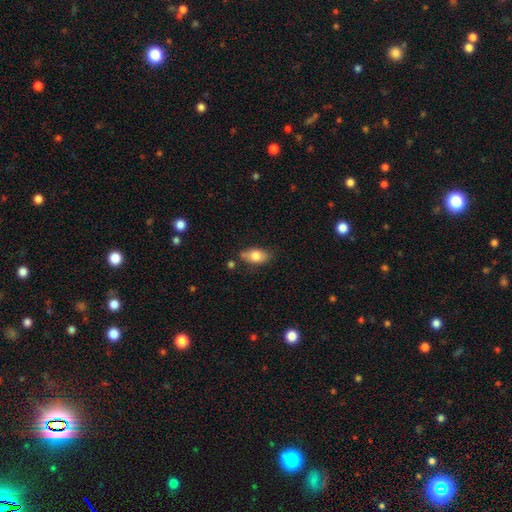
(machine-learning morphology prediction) smooth-or-featured: smooth: 79% | featured or disk: 14% | star or artifact: 7%
  how-rounded: in between: 89% | round: 7% | cigar-shaped: 4%
  merging: none: 71% | minor disturbance: 20% | merger: 5% | major disturbance: 4%